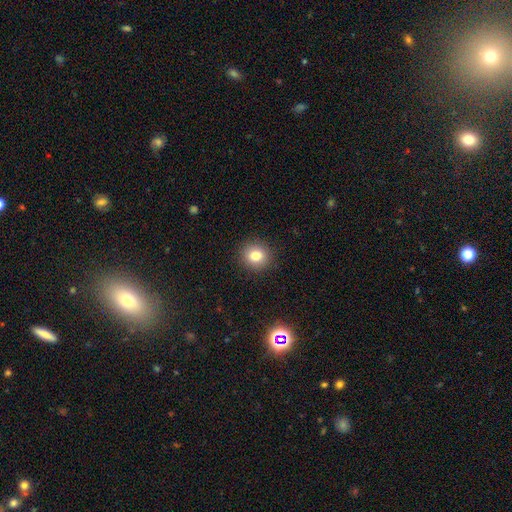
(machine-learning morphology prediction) Smooth or featured: smooth — 80% (star or artifact — 12%)
How rounded: round — 87% (in between — 12%)
Merging: none — 91% (minor disturbance — 6%)